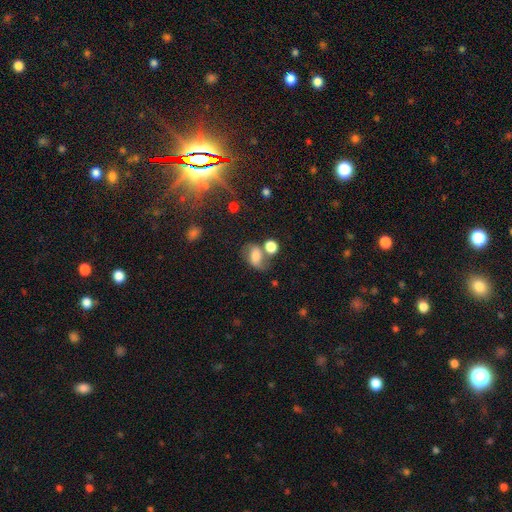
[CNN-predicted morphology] Smooth or featured? Predicted: smooth (p=0.60). How rounded? Predicted: in between (p=0.73). Merging? Predicted: none (p=0.43).